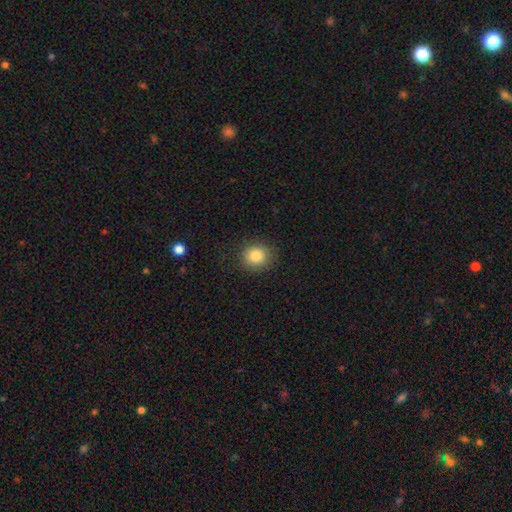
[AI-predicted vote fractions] Overall: smooth (85%). How rounded: round (82%). Merging: none (87%).